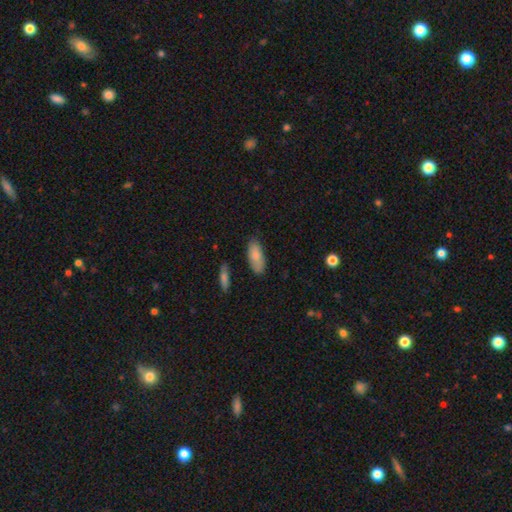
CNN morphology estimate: smooth_or_featured: smooth (p=0.84) [alt: featured or disk p=0.10]
how_rounded: in between (p=0.86) [alt: cigar-shaped p=0.12]
merging: none (p=0.80) [alt: minor disturbance p=0.15]